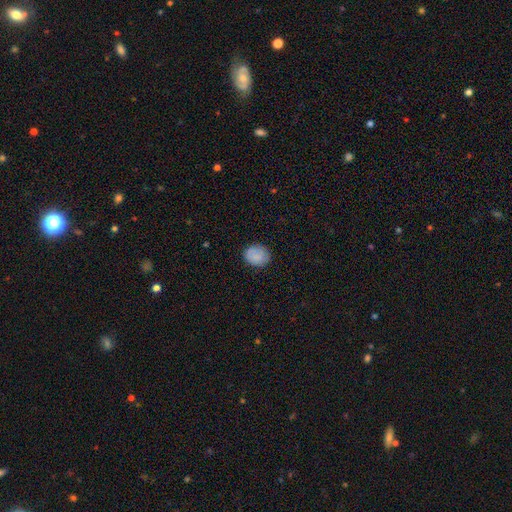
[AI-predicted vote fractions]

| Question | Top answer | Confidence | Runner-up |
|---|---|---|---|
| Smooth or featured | smooth | 84% | featured or disk (8%) |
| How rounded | round | 64% | in between (35%) |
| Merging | none | 84% | minor disturbance (12%) |